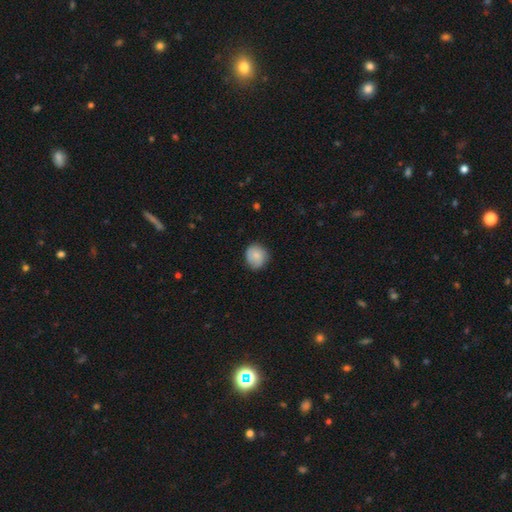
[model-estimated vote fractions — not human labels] A smooth galaxy with no disk features (83%) that is round (83%).

Vote fractions:
- Smooth or featured? smooth: 83% / featured or disk: 10% / star or artifact: 7%
- How rounded? round: 83% / in between: 16% / cigar-shaped: 1%
- Merging? none: 77% / minor disturbance: 19% / major disturbance: 3% / merger: 1%